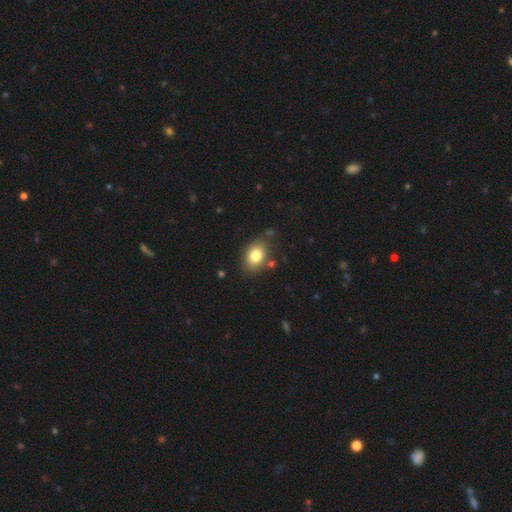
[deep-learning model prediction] Smooth or featured? Predicted: smooth (p=0.81). How rounded? Predicted: in between (p=0.78). Merging? Predicted: none (p=0.77).